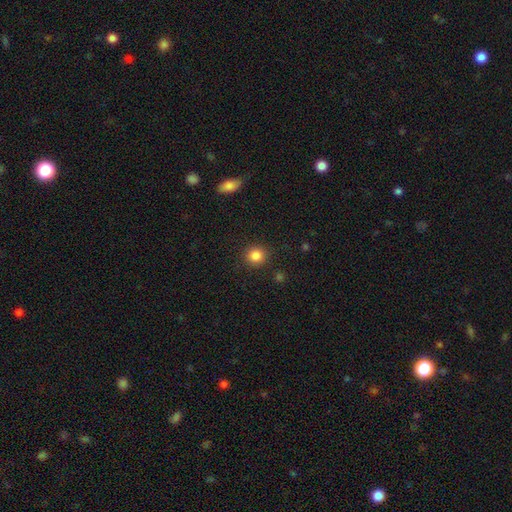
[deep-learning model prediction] Smooth or featured?
  - smooth: 85% *
  - star or artifact: 11%
  - featured or disk: 4%
How rounded?
  - round: 88% *
  - in between: 11%
  - cigar-shaped: 1%
Merging?
  - none: 90% *
  - minor disturbance: 6%
  - major disturbance: 2%
  - merger: 1%